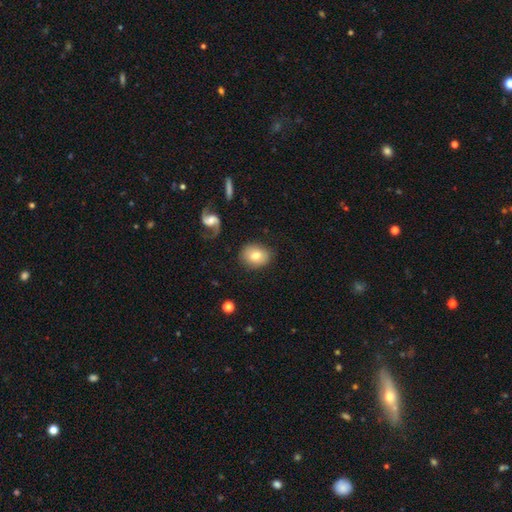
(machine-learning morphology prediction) Smooth or featured?
  - smooth: 70% *
  - featured or disk: 22%
  - star or artifact: 8%
How rounded?
  - round: 56% *
  - in between: 43%
  - cigar-shaped: 1%
Merging?
  - none: 81% *
  - minor disturbance: 12%
  - major disturbance: 4%
  - merger: 2%